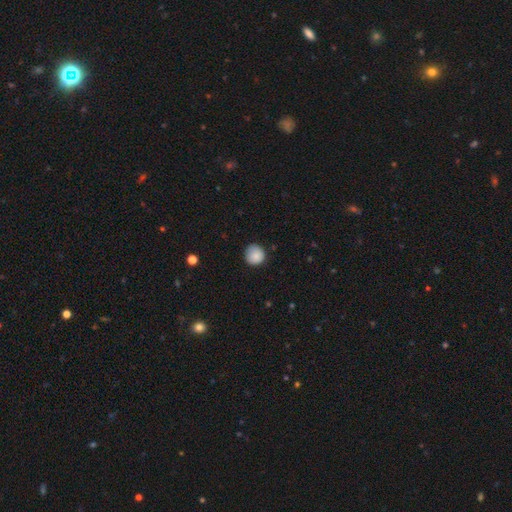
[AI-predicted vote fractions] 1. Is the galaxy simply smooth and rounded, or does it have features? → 86% smooth, 8% star or artifact, 6% featured or disk.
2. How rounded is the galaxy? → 93% round, 6% in between, 1% cigar-shaped.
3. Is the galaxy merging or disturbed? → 81% none, 15% minor disturbance, 3% major disturbance, 1% merger.